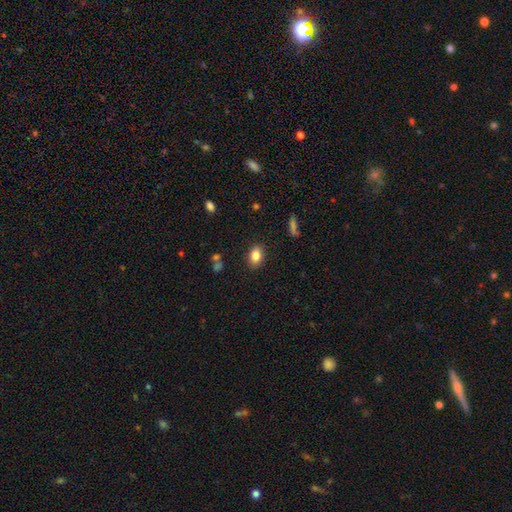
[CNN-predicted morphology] smooth-or-featured: smooth: 84% | star or artifact: 9% | featured or disk: 7%
  how-rounded: in between: 82% | round: 16% | cigar-shaped: 2%
  merging: none: 87% | minor disturbance: 9% | major disturbance: 3% | merger: 2%